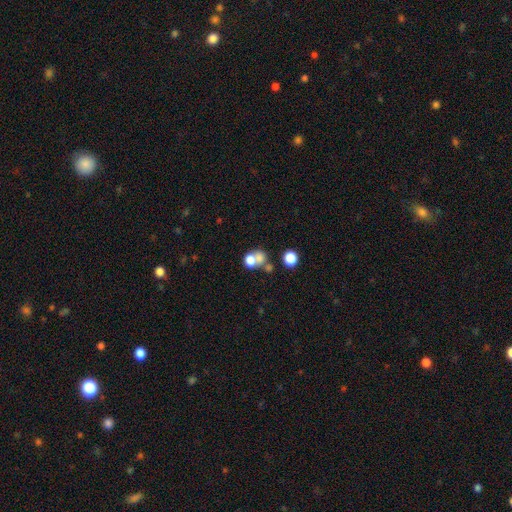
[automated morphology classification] A smooth galaxy with no disk features (69%) that is round (62%).

Vote fractions:
- Smooth or featured? smooth: 69% / featured or disk: 16% / star or artifact: 15%
- How rounded? round: 62% / in between: 37% / cigar-shaped: 1%
- Merging? merger: 53% / none: 31% / minor disturbance: 9% / major disturbance: 7%